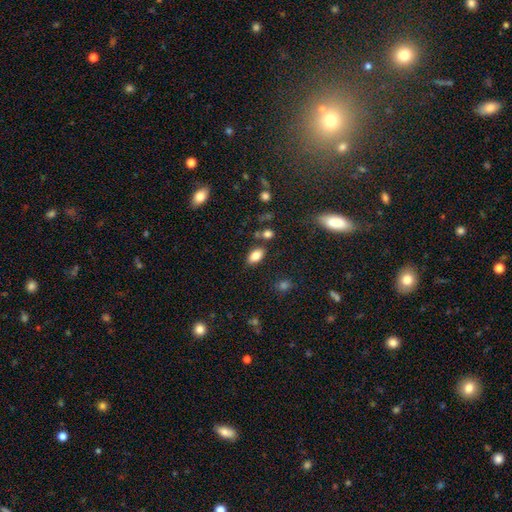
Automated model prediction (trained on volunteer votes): Overall: smooth (82%). How rounded: in between (91%). Merging: none (77%).